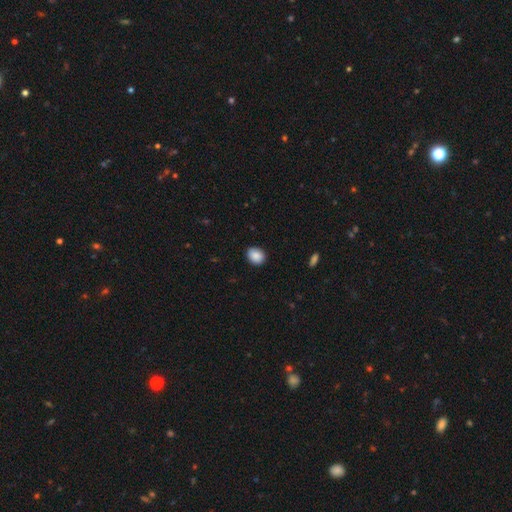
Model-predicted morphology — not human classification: Q: Smooth or featured?
A: smooth (89%); runner-up: star or artifact (8%)
Q: How rounded?
A: round (53%); runner-up: in between (46%)
Q: Merging?
A: none (89%); runner-up: minor disturbance (8%)